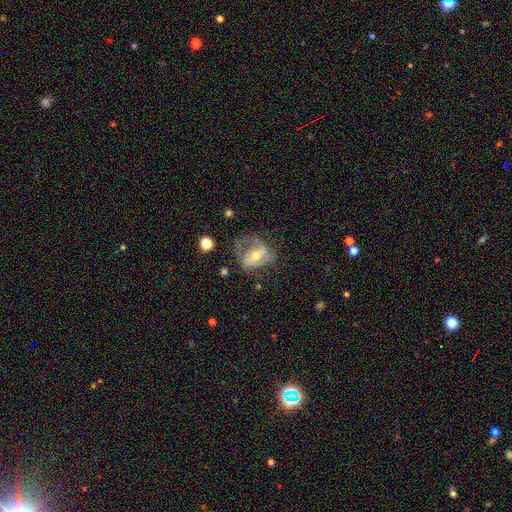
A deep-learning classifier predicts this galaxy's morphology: smooth_or_featured: featured or disk (p=0.70) [alt: smooth p=0.22]
disk_edge_on: no (p=0.96) [alt: yes p=0.04]
bar: weak (p=0.38) [alt: no p=0.37]
has_spiral_arms: yes (p=0.77) [alt: no p=0.23]
spiral_winding: medium (p=0.44) [alt: loose p=0.32]
spiral_arm_count: 2 (p=0.58) [alt: 1 p=0.19]
bulge_size: moderate (p=0.64) [alt: small p=0.30]
merging: none (p=0.41) [alt: major disturbance p=0.31]